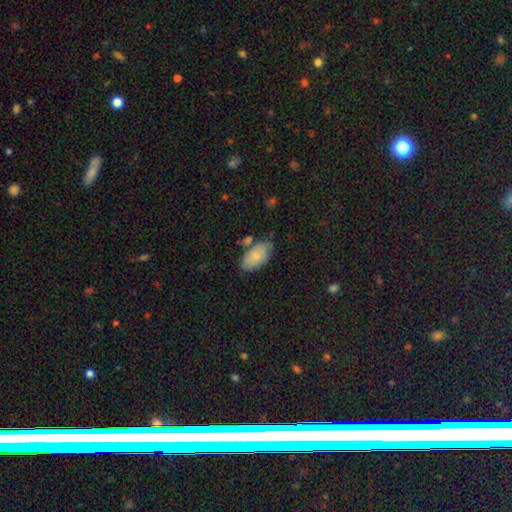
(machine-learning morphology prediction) Smooth or featured? smooth (79%)
How rounded? in between (94%)
Merging? none (62%)